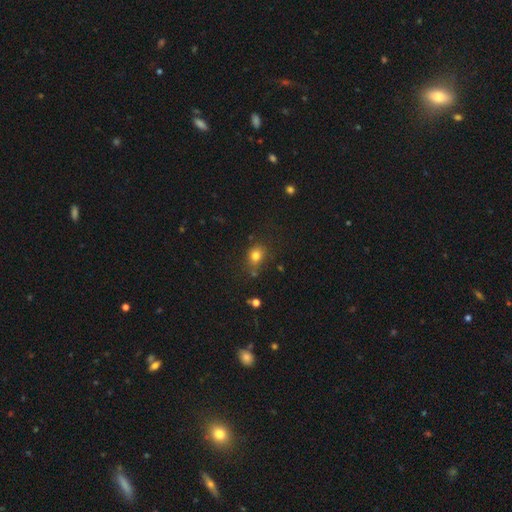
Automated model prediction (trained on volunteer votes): smooth 79%, star or artifact 14%, featured or disk 8%. Down the decision tree: how rounded — round (56%); merging — none (70%).